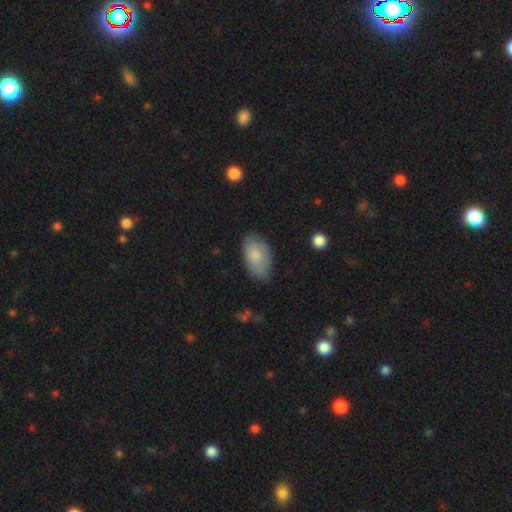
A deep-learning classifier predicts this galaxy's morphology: This appears to be a smooth galaxy with no disk features (77%) that is in between round and cigar-shaped (94%). Merging: none (72%).